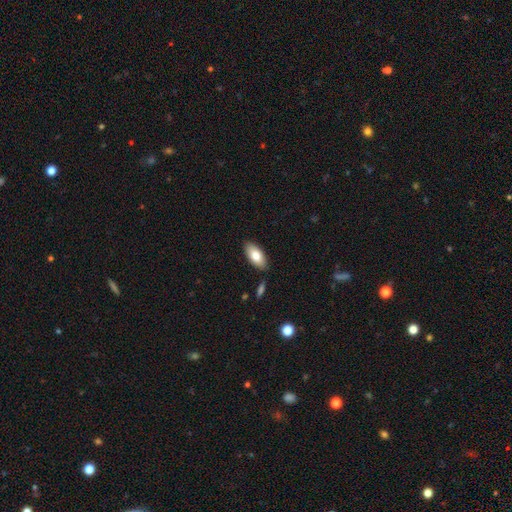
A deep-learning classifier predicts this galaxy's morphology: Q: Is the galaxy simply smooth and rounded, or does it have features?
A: smooth — 80%.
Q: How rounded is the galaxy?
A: in between — 92%.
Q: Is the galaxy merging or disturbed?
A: none — 86%.